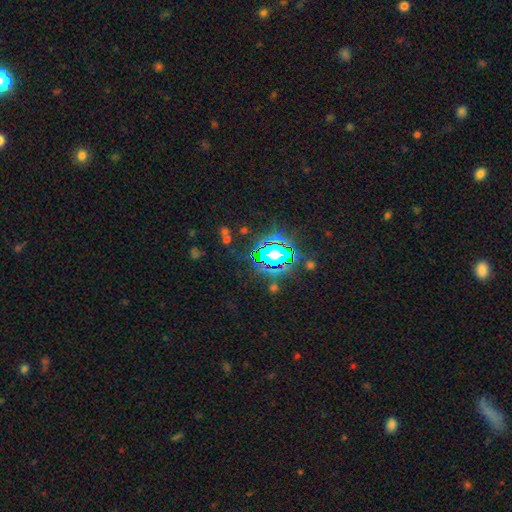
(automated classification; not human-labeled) Smooth or featured: star or artifact — 78% (smooth — 13%)